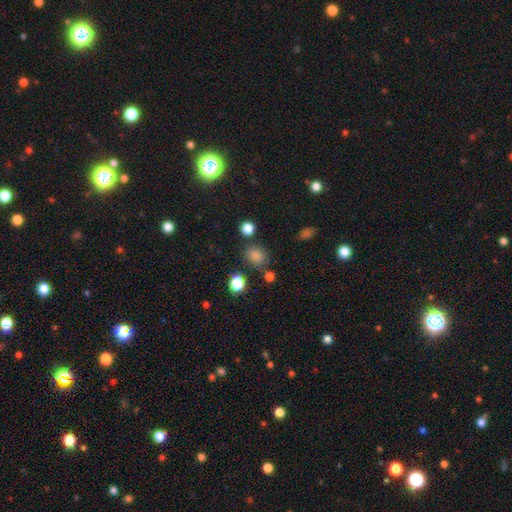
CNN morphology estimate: smooth-or-featured: smooth: 79% | star or artifact: 16% | featured or disk: 6%
  how-rounded: round: 66% | in between: 33% | cigar-shaped: 1%
  merging: none: 75% | minor disturbance: 13% | merger: 8% | major disturbance: 4%